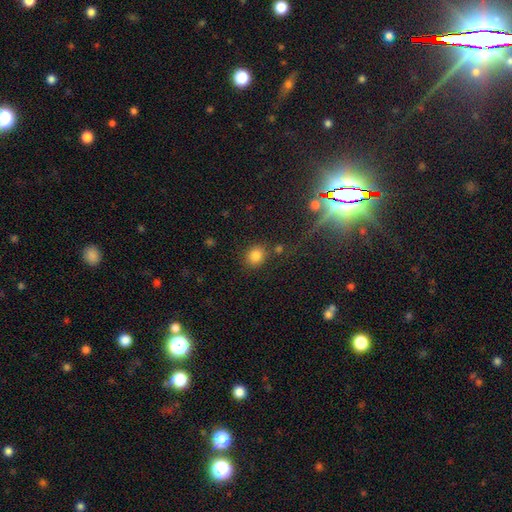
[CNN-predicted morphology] Smooth or featured? Predicted: smooth (p=0.82). How rounded? Predicted: round (p=0.64). Merging? Predicted: none (p=0.76).